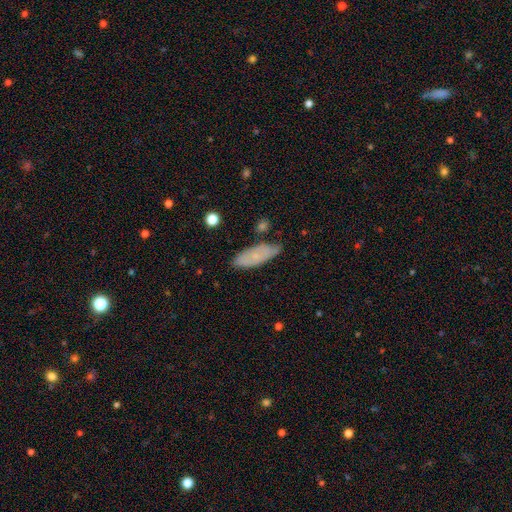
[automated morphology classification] Q: Smooth or featured?
A: smooth (62%); runner-up: featured or disk (30%)
Q: How rounded?
A: in between (71%); runner-up: cigar-shaped (26%)
Q: Merging?
A: none (72%); runner-up: minor disturbance (21%)